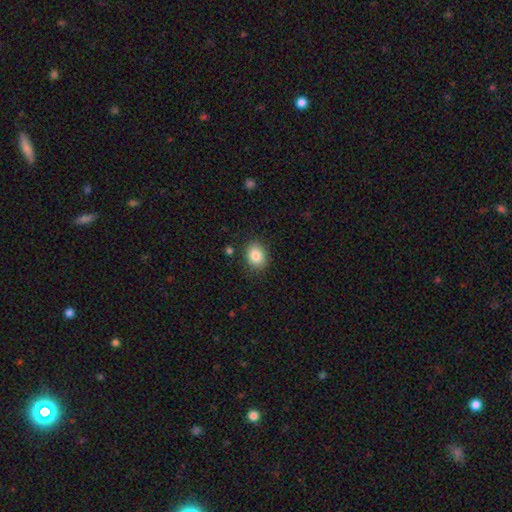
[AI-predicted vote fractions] Morphology: type=smooth (85%); roundness=in between (58%); merging=none (86%).